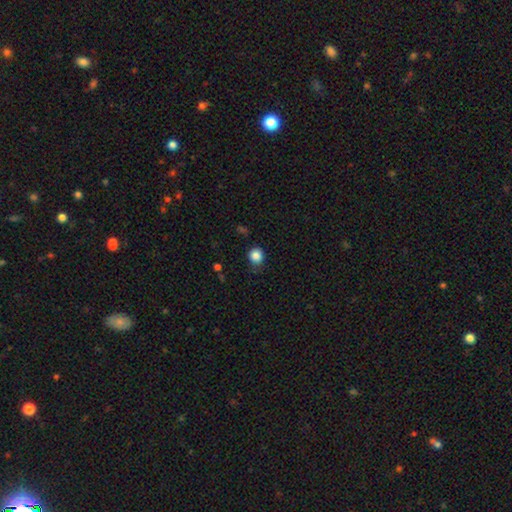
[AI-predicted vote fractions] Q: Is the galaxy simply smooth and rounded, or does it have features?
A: smooth — 85%.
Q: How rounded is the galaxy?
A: round — 84%.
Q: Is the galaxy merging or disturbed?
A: none — 79%.